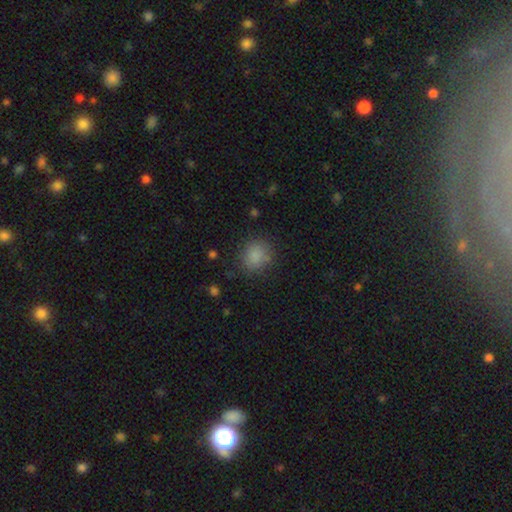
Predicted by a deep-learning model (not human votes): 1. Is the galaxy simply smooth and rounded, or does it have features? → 83% smooth, 11% star or artifact, 6% featured or disk.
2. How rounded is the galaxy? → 74% round, 25% in between, 1% cigar-shaped.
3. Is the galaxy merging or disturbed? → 78% none, 14% minor disturbance, 6% major disturbance, 2% merger.